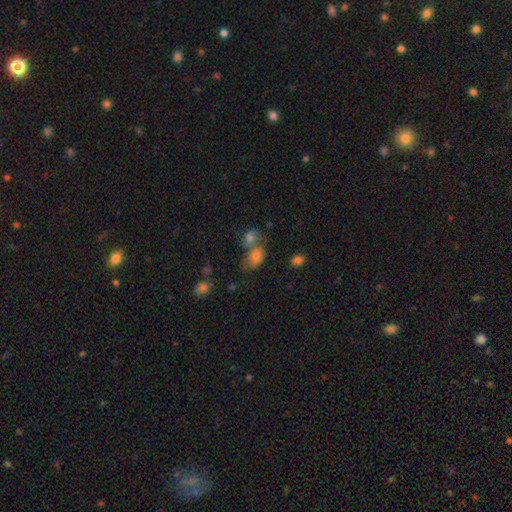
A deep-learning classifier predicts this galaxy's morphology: smooth_or_featured: smooth (p=0.69) [alt: featured or disk p=0.16]
how_rounded: in between (p=0.74) [alt: round p=0.24]
merging: merger (p=0.51) [alt: none p=0.31]